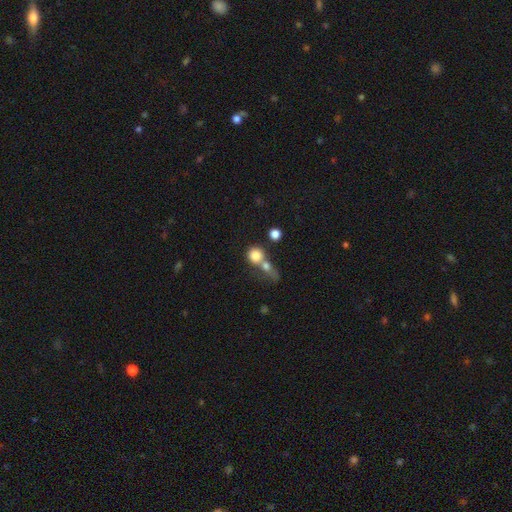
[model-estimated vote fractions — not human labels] This is likely a smooth galaxy (78%). How rounded: clearly round (86%). Merging: possibly merger (49%).